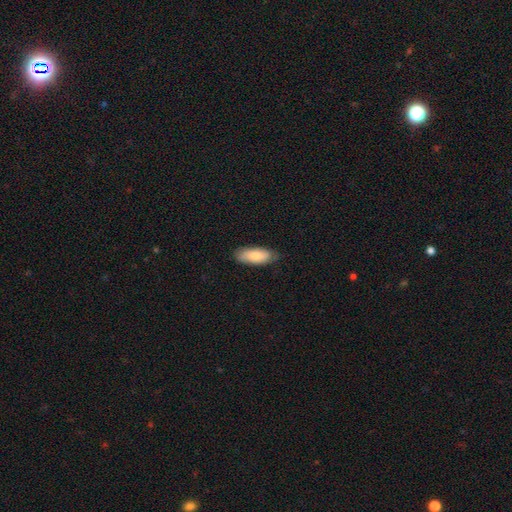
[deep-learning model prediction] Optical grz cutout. It shows a smooth galaxy with no disk features (80%) that is in between round and cigar-shaped (78%). Merging: none (79%).